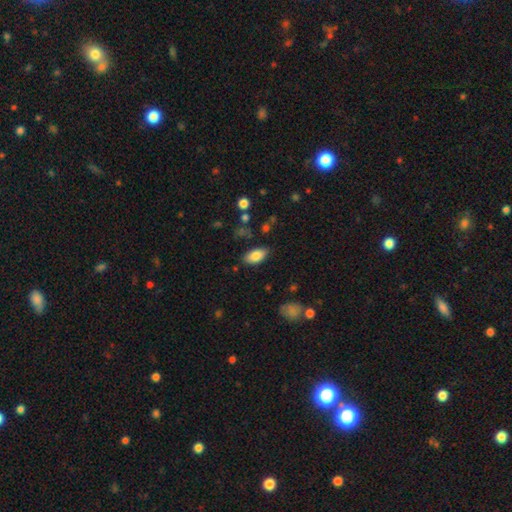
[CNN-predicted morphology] smooth_or_featured: smooth (p=0.83) [alt: featured or disk p=0.10]
how_rounded: in between (p=0.93) [alt: cigar-shaped p=0.04]
merging: none (p=0.81) [alt: minor disturbance p=0.13]